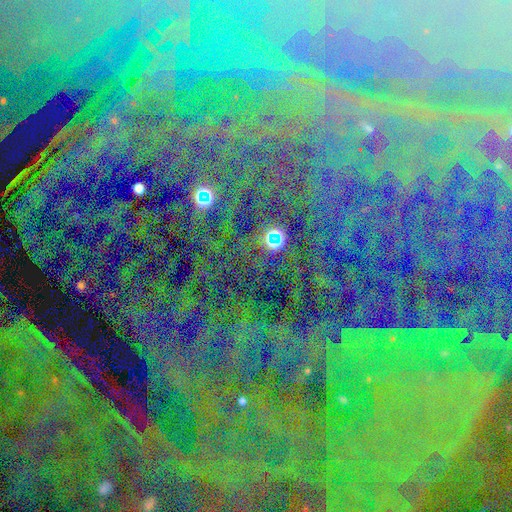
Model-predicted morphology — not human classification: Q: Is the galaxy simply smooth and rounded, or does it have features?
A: star or artifact — 81%.